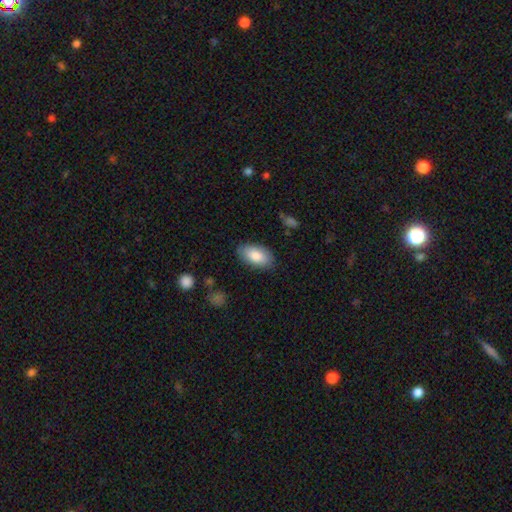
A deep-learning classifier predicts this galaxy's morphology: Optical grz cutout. It shows a smooth galaxy with no disk features (84%) that is in between round and cigar-shaped (94%). Merging: none (85%).